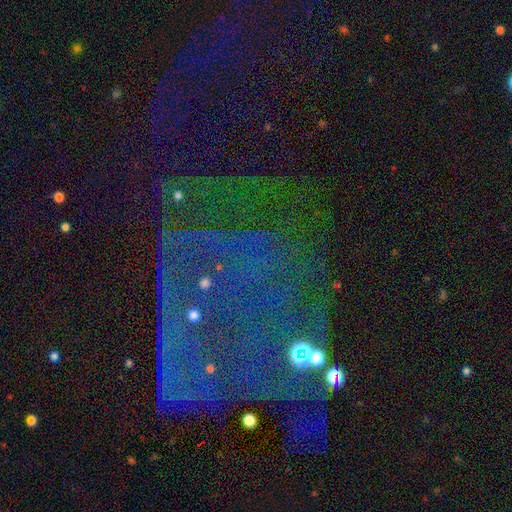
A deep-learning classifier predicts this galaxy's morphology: smooth-or-featured: star or artifact: 65% | featured or disk: 21% | smooth: 14%